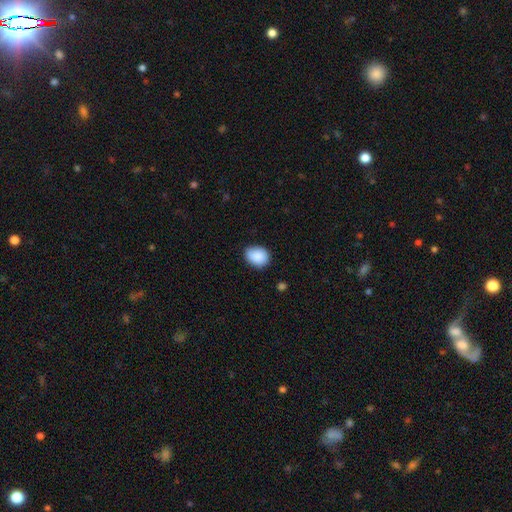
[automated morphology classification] smooth_or_featured: smooth (p=0.88) [alt: star or artifact p=0.08]
how_rounded: in between (p=0.53) [alt: round p=0.46]
merging: none (p=0.79) [alt: minor disturbance p=0.17]